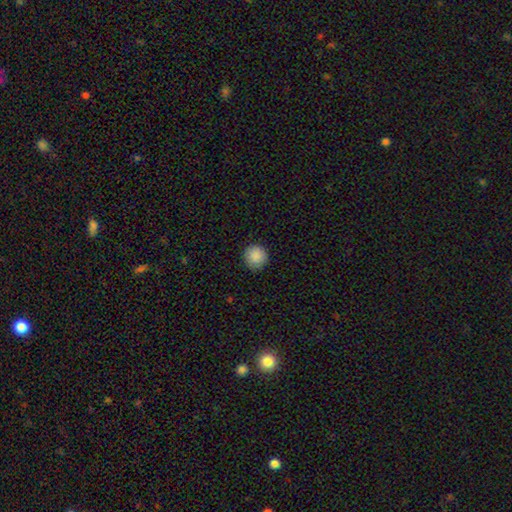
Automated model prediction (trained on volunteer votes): Overall: smooth (89%). How rounded: round (94%). Merging: none (88%).